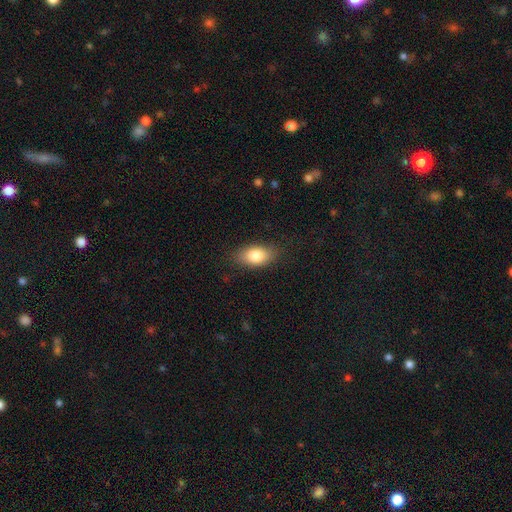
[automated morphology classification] Q: Smooth or featured?
A: smooth (82%); runner-up: featured or disk (11%)
Q: How rounded?
A: in between (88%); runner-up: round (7%)
Q: Merging?
A: none (83%); runner-up: minor disturbance (13%)